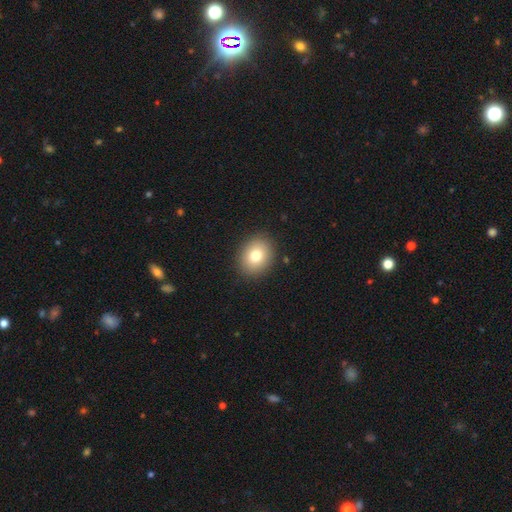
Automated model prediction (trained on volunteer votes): Smooth or featured? smooth (78%)
How rounded? round (53%)
Merging? none (89%)